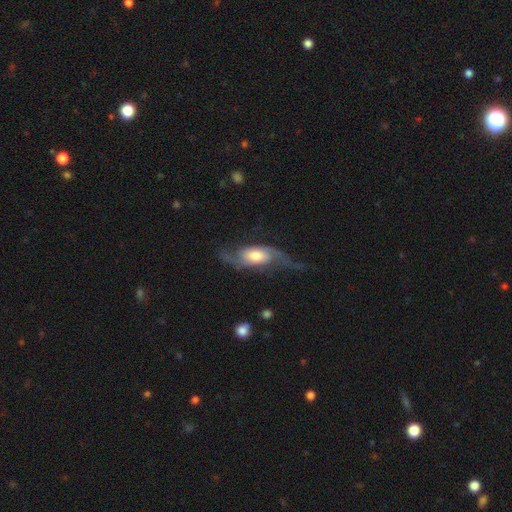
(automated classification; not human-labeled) Smooth or featured: featured or disk — 78% (smooth — 17%)
Edge-on disk: no — 89% (yes — 11%)
Bar: no — 57% (weak — 34%)
Spiral arms: yes — 94% (no — 6%)
Spiral winding: loose — 62% (medium — 29%)
Spiral arm count: 2 — 87% (can't tell — 6%)
Bulge size: moderate — 50% (large — 31%)
Merging: none — 54% (major disturbance — 23%)